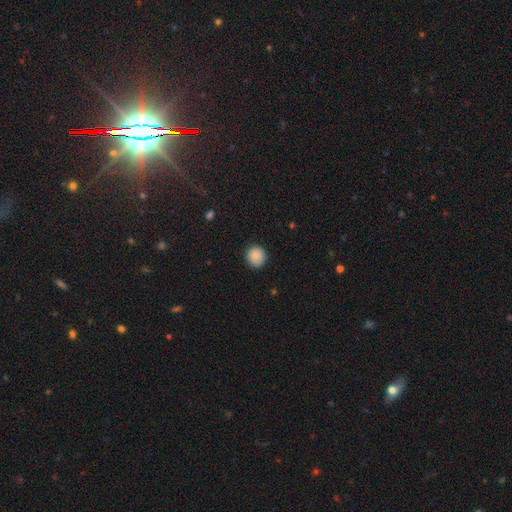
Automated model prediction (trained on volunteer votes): smooth_or_featured: smooth (p=0.88) [alt: star or artifact p=0.08]
how_rounded: round (p=0.91) [alt: in between p=0.08]
merging: none (p=0.89) [alt: minor disturbance p=0.08]